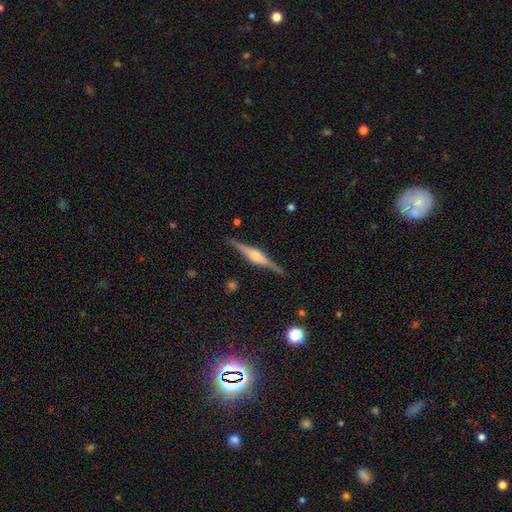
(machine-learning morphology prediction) smooth_or_featured: featured or disk (p=0.80) [alt: smooth p=0.14]
disk_edge_on: yes (p=0.98) [alt: no p=0.02]
edge_on_bulge: rounded (p=0.73) [alt: boxy p=0.23]
merging: none (p=0.89) [alt: minor disturbance p=0.08]